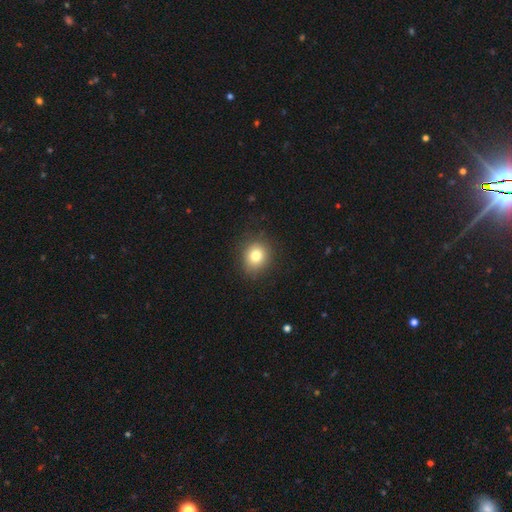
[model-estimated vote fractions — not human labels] A smooth galaxy with no disk features (80%) that is round (76%). Merging: none (86%).